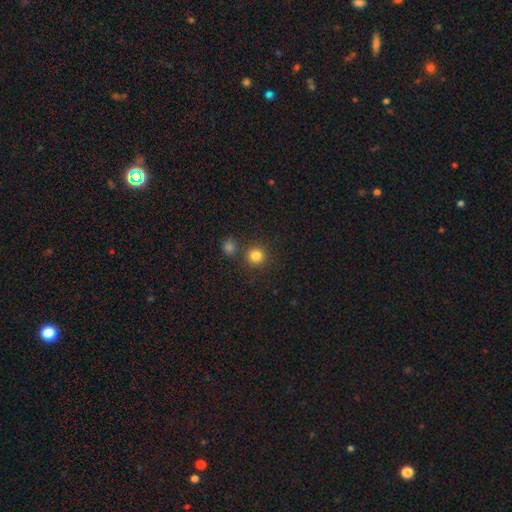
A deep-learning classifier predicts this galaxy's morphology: type=smooth (82%); roundness=round (93%); merging=none (80%).